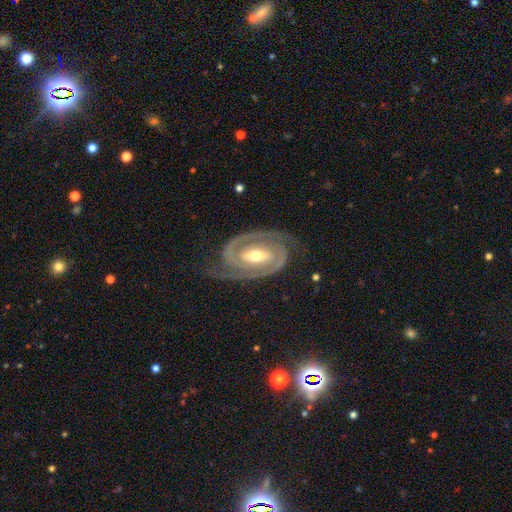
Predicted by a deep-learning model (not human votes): Overall: featured or disk (93%). Edge-on disk: no (97%). Bar: strong (42%; weak 35%). Spiral arms: yes (98%). Spiral arm count: 2 (93%). Spiral winding: tight (65%; medium 31%). Bulge size: moderate (65%; small 29%). Merging: none (80%).